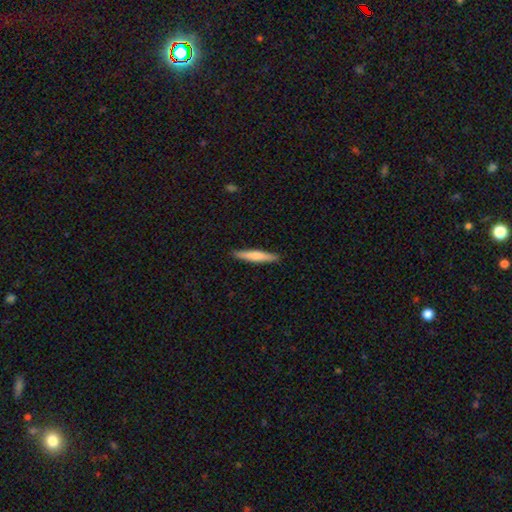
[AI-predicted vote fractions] smooth-or-featured: smooth: 68% | featured or disk: 27% | star or artifact: 5%
  how-rounded: cigar-shaped: 93% | in between: 6% | round: 1%
  merging: none: 91% | minor disturbance: 7% | major disturbance: 1% | merger: 1%